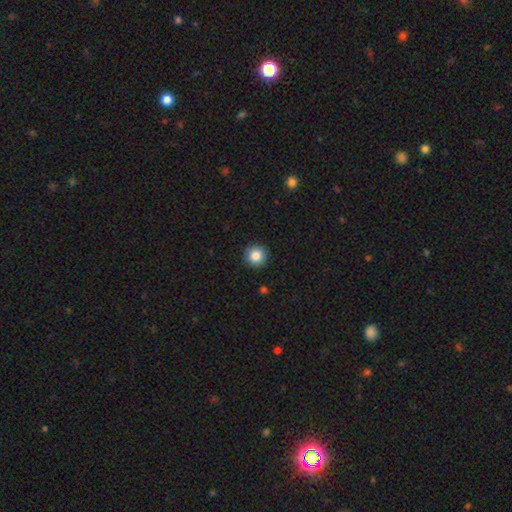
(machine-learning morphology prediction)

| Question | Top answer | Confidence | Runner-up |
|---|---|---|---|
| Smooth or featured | smooth | 85% | star or artifact (10%) |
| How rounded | round | 95% | in between (4%) |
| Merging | none | 92% | minor disturbance (5%) |